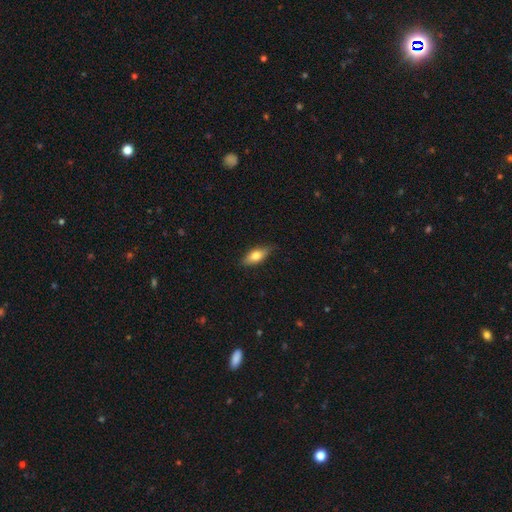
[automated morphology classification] Smooth or featured?
  - smooth: 70% *
  - featured or disk: 24%
  - star or artifact: 7%
How rounded?
  - in between: 75% *
  - cigar-shaped: 21%
  - round: 3%
Merging?
  - none: 80% *
  - minor disturbance: 16%
  - major disturbance: 3%
  - merger: 1%